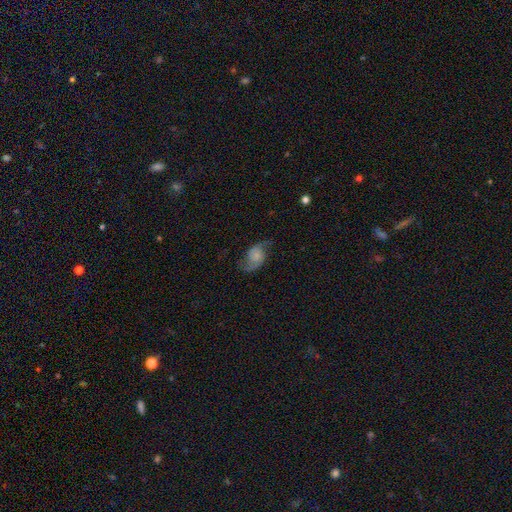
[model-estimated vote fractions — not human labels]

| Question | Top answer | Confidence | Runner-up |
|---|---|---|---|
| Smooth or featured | featured or disk | 64% | smooth (27%) |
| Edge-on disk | no | 97% | yes (3%) |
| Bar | no | 69% | weak (25%) |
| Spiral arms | yes | 92% | no (8%) |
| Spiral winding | loose | 59% | medium (33%) |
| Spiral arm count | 2 | 91% | can't tell (3%) |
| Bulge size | small | 34% | none (33%) |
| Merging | none | 67% | minor disturbance (19%) |